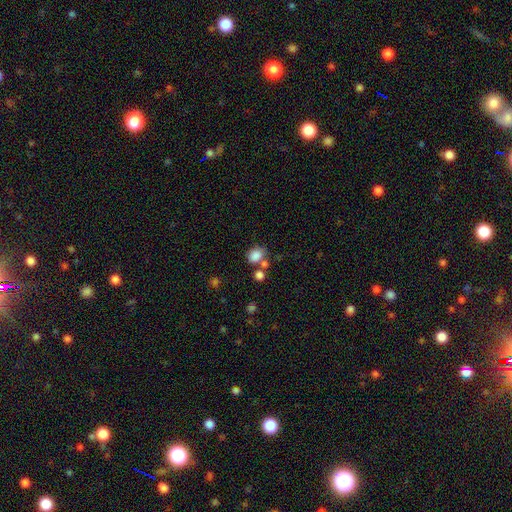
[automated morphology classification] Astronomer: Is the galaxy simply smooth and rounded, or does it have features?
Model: smooth — 82%.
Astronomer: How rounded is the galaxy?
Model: round — 51% (runner-up: in between, 48%).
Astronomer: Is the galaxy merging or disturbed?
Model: none — 53%.